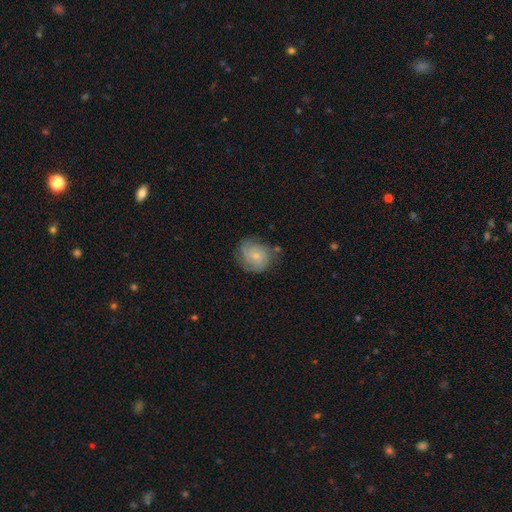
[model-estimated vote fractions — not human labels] Smooth or featured? featured or disk (52%)
Edge-on disk? no (98%)
Bar? no (78%)
Spiral arms? yes (84%)
Bulge size? small (70%)
Merging? none (66%)